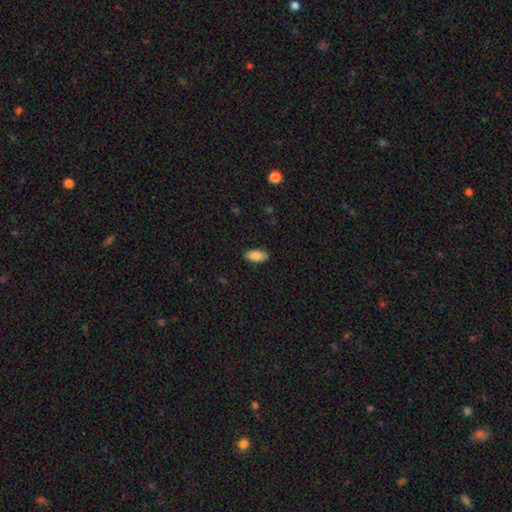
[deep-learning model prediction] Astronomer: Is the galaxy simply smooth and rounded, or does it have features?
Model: smooth — 85%.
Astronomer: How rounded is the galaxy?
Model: in between — 92%.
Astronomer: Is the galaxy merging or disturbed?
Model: none — 87%.